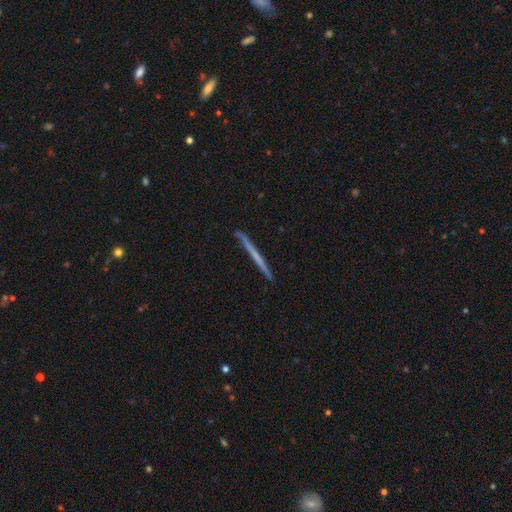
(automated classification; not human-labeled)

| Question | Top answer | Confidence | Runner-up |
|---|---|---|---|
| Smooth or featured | featured or disk | 55% | smooth (40%) |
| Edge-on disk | yes | 98% | no (2%) |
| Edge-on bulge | none | 89% | rounded (8%) |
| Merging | none | 92% | minor disturbance (6%) |